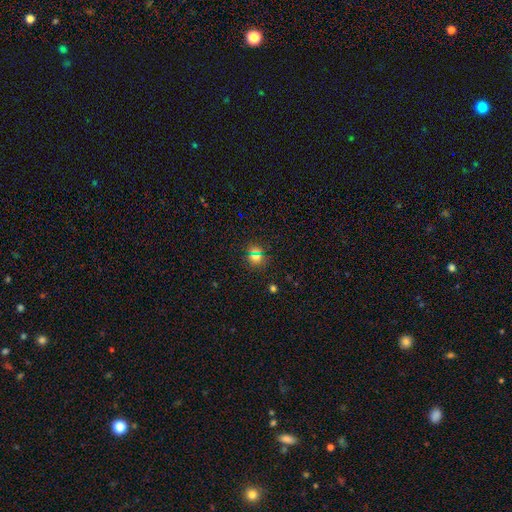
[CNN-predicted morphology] Smooth or featured? smooth (56%)
How rounded? round (87%)
Merging? none (86%)